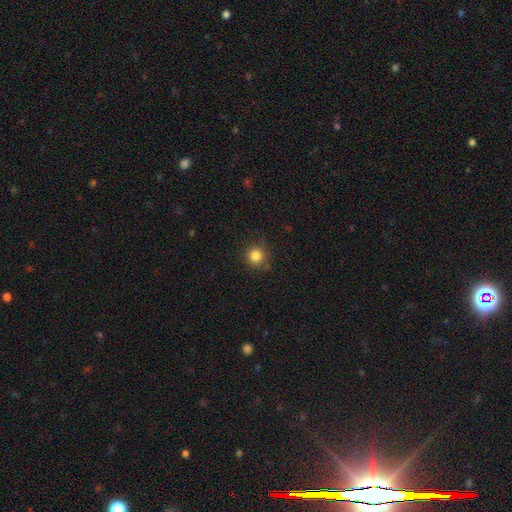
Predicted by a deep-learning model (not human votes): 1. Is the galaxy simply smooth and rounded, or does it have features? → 83% smooth, 12% star or artifact, 5% featured or disk.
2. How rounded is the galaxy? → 93% round, 6% in between, 1% cigar-shaped.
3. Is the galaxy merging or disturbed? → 86% none, 10% minor disturbance, 3% major disturbance, 2% merger.